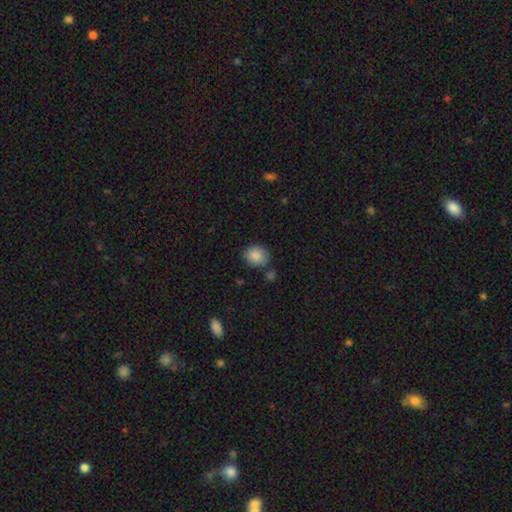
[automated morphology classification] type=smooth (87%); roundness=round (62%); merging=none (72%).